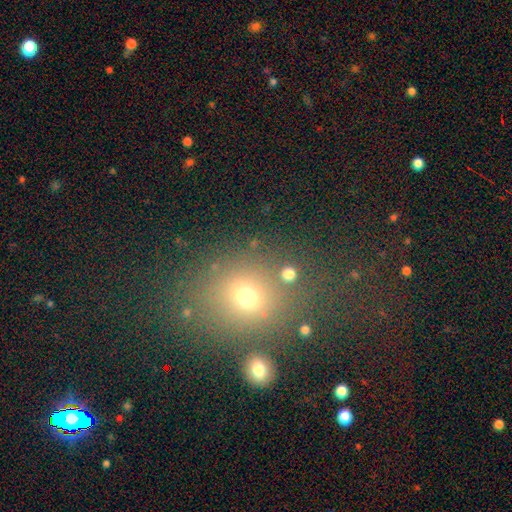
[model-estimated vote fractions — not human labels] This appears to be a smooth galaxy with no disk features (55%) that is round (56%). Merging: none (69%).